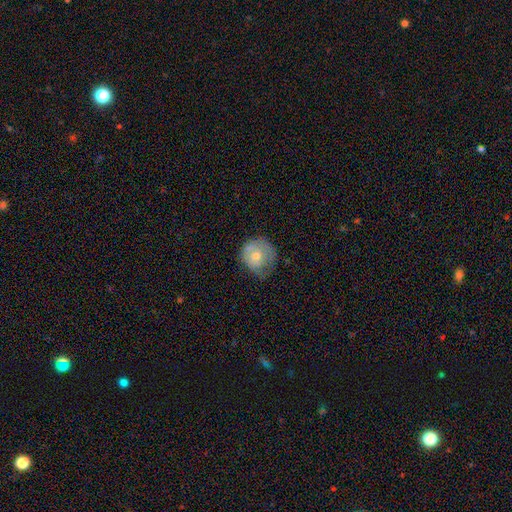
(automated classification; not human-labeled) A smooth galaxy with no disk features (62%) that is round (86%).

Vote fractions:
- Smooth or featured? smooth: 62% / featured or disk: 31% / star or artifact: 7%
- How rounded? round: 86% / in between: 13% / cigar-shaped: 1%
- Merging? none: 46% / minor disturbance: 38% / major disturbance: 14% / merger: 2%